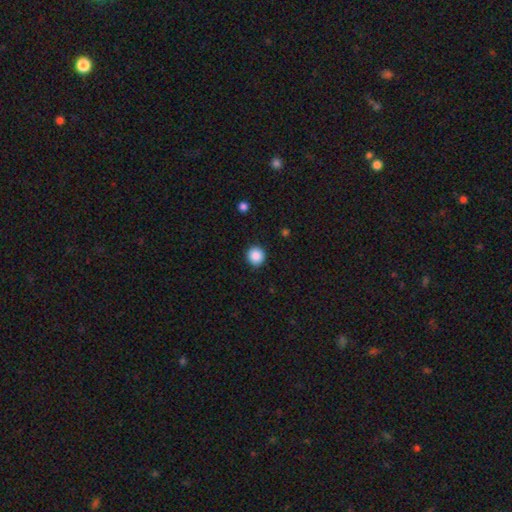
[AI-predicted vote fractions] Smooth or featured?
  - smooth: 88% *
  - star or artifact: 9%
  - featured or disk: 3%
How rounded?
  - round: 93% *
  - in between: 6%
  - cigar-shaped: 1%
Merging?
  - none: 91% *
  - minor disturbance: 6%
  - major disturbance: 2%
  - merger: 1%